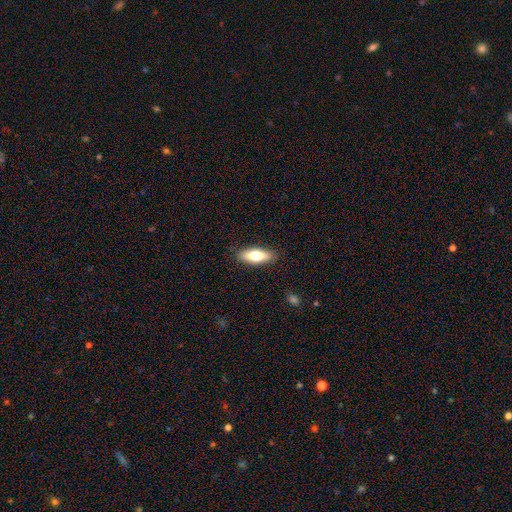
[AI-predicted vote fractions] Smooth or featured? Predicted: smooth (p=0.65). How rounded? Predicted: in between (p=0.60). Merging? Predicted: none (p=0.88).